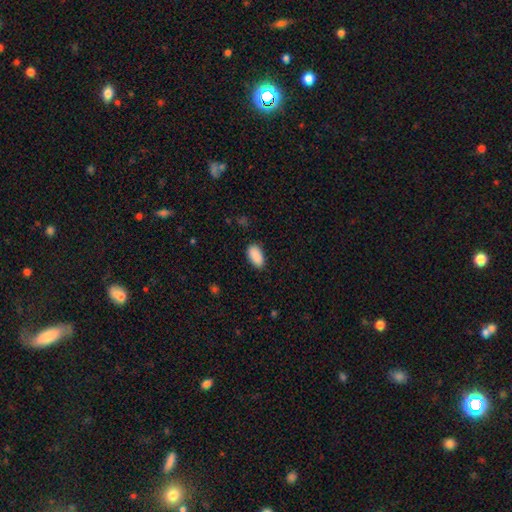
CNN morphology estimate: Smooth or featured: smooth — 90% (star or artifact — 7%)
How rounded: in between — 94% (cigar-shaped — 4%)
Merging: none — 84% (minor disturbance — 13%)